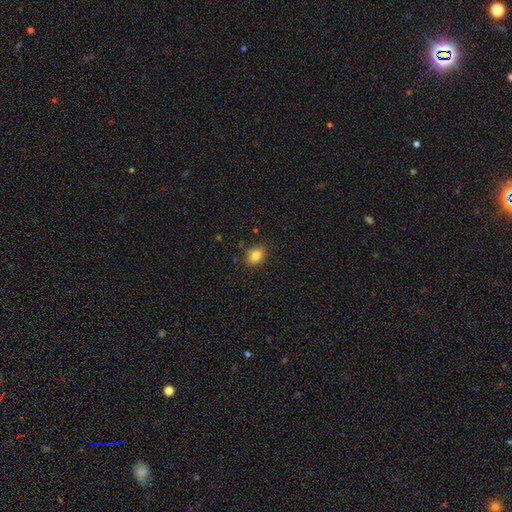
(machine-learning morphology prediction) Q: Smooth or featured?
A: smooth (82%); runner-up: star or artifact (10%)
Q: How rounded?
A: round (51%); runner-up: in between (48%)
Q: Merging?
A: none (85%); runner-up: minor disturbance (11%)